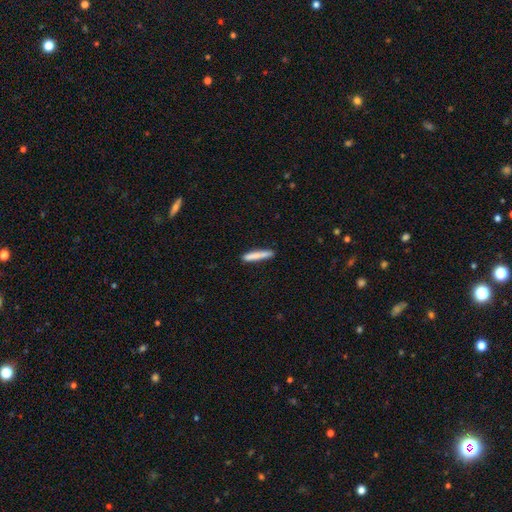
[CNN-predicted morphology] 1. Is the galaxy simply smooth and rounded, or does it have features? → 81% smooth, 13% featured or disk, 6% star or artifact.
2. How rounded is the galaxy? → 93% cigar-shaped, 5% in between, 1% round.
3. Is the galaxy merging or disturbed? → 86% none, 10% minor disturbance, 2% major disturbance, 2% merger.